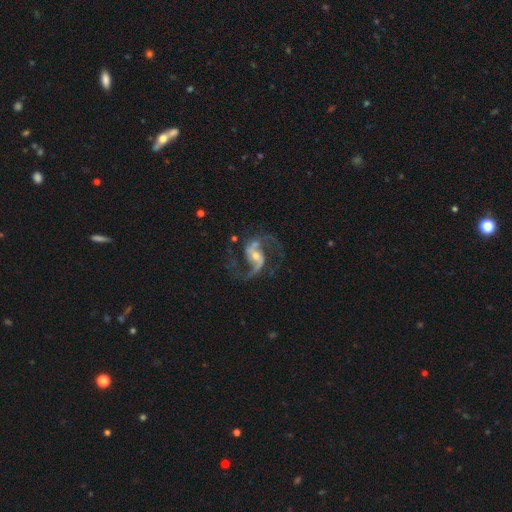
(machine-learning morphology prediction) Smooth or featured: featured or disk — 92% (star or artifact — 5%)
Edge-on disk: no — 98% (yes — 2%)
Bar: weak — 42% (strong — 30%)
Spiral arms: yes — 98% (no — 2%)
Spiral winding: loose — 49% (medium — 45%)
Spiral arm count: 2 — 93% (1 — 2%)
Bulge size: moderate — 51% (small — 42%)
Merging: none — 72% (minor disturbance — 14%)